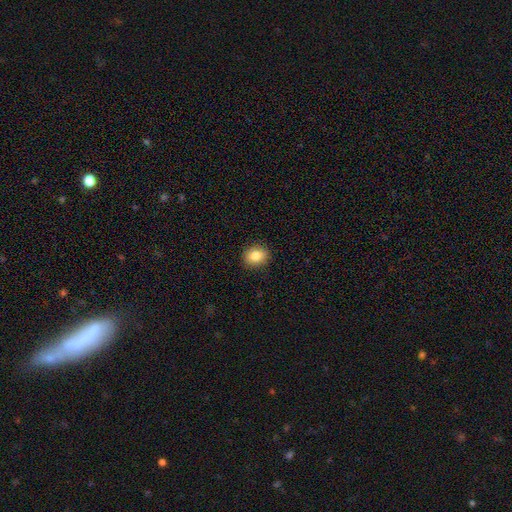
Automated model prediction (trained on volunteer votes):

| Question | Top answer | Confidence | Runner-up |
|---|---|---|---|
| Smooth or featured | smooth | 83% | star or artifact (9%) |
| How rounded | round | 62% | in between (37%) |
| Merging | none | 90% | minor disturbance (7%) |